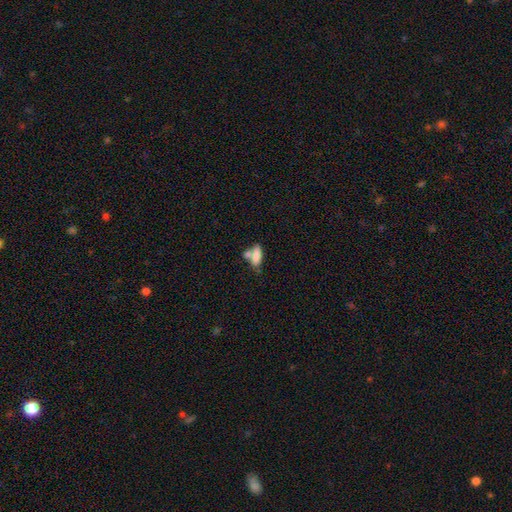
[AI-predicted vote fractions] Morphology: type=smooth (78%); roundness=in between (67%); merging=merger (44%).